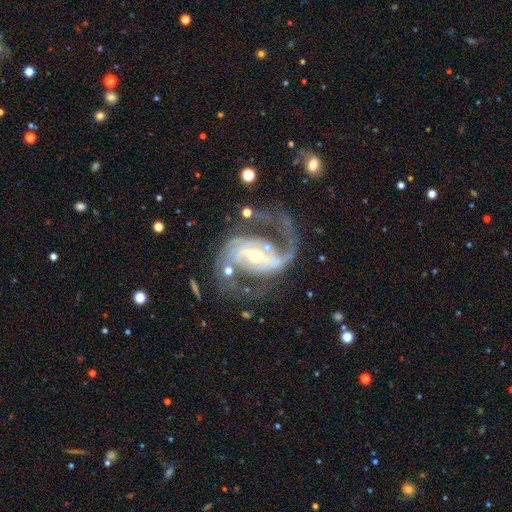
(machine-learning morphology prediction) This is clearly a featured or disk galaxy (92%). It is clearly not viewed edge-on (97%). Bar: possibly strong (54%). Spiral arm pattern: clearly yes (98%). Spiral arm count: clearly 2 (91%). Spiral winding: possibly medium (56%). Central bulge: possibly small (56%). Merging: likely none (64%).